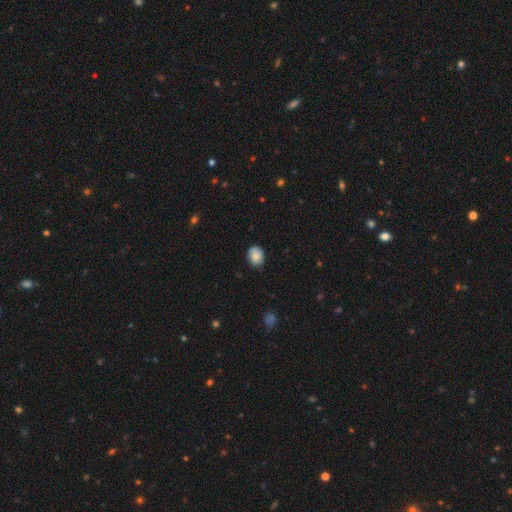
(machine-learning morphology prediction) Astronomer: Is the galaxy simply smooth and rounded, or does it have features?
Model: smooth — 80%.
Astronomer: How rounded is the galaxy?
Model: in between — 50% (runner-up: round, 49%).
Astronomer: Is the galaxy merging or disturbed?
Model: none — 73%.